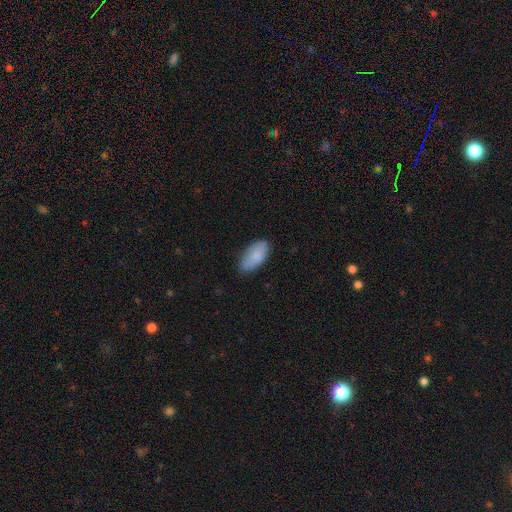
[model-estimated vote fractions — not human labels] This is clearly a smooth galaxy (85%). How rounded: clearly in between (91%). Merging: likely none (78%).